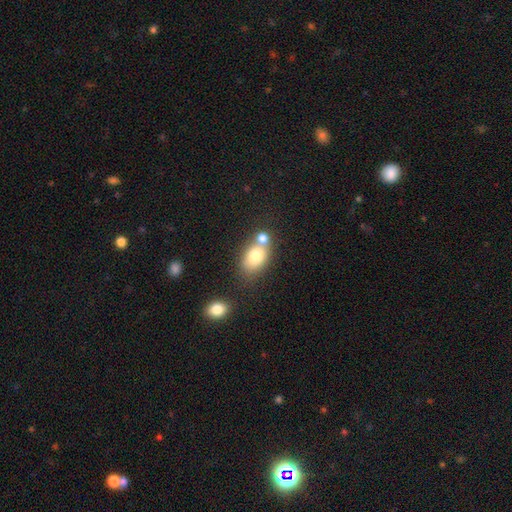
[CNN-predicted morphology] Smooth or featured? Predicted: smooth (p=0.77). How rounded? Predicted: in between (p=0.77). Merging? Predicted: none (p=0.43).